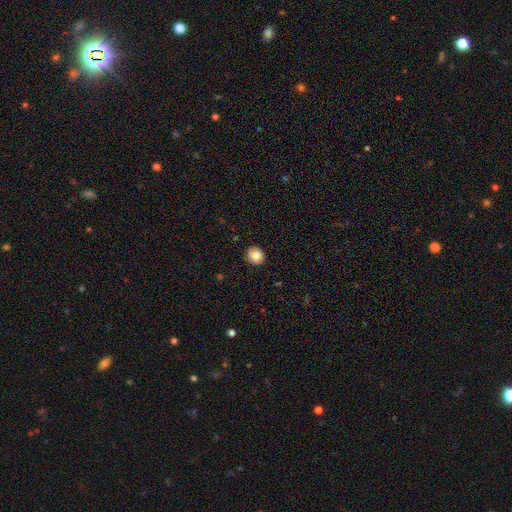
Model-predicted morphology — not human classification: This appears to be a smooth galaxy with no disk features (87%) that is round (75%). Merging: none (87%).